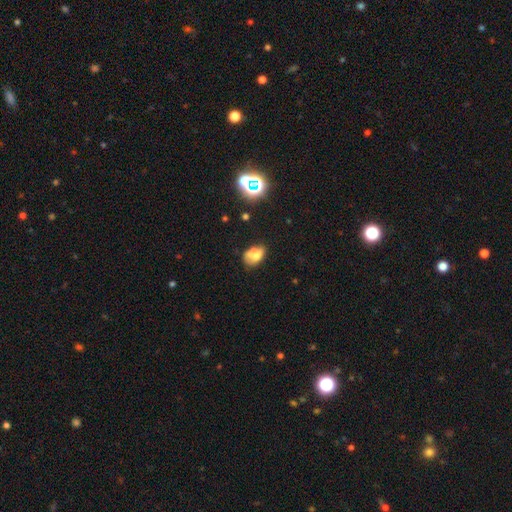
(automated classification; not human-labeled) Smooth or featured? Predicted: smooth (p=0.54). How rounded? Predicted: in between (p=0.76). Merging? Predicted: none (p=0.34, tied with merger).